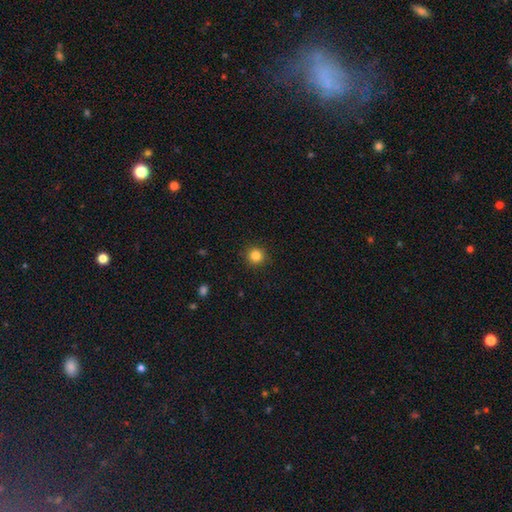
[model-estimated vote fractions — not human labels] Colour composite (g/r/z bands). It shows a smooth galaxy with no disk features (84%) that is round (94%). Merging: none (91%).